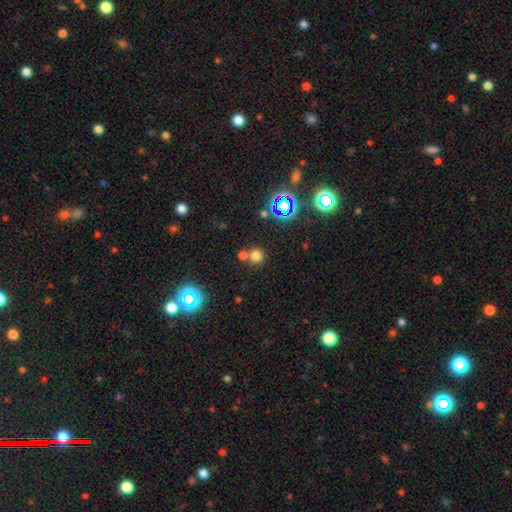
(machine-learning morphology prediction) Smooth or featured: smooth — 70% (star or artifact — 23%)
How rounded: round — 91% (in between — 8%)
Merging: none — 64% (merger — 26%)